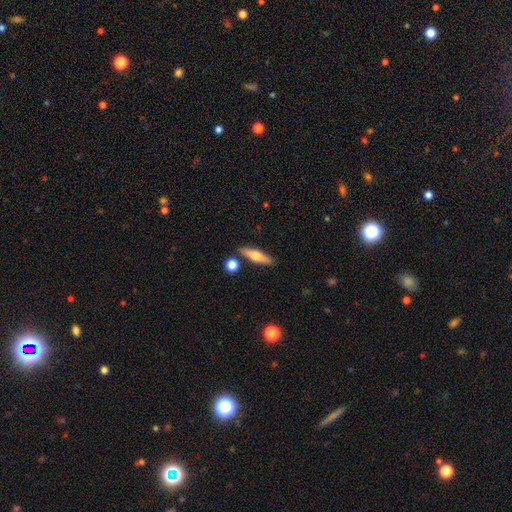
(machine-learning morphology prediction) A smooth galaxy with no disk features (56%) that is cigar-shaped (63%).

Vote fractions:
- Smooth or featured? smooth: 56% / featured or disk: 38% / star or artifact: 7%
- How rounded? cigar-shaped: 63% / in between: 33% / round: 4%
- Merging? none: 83% / minor disturbance: 9% / merger: 6% / major disturbance: 2%